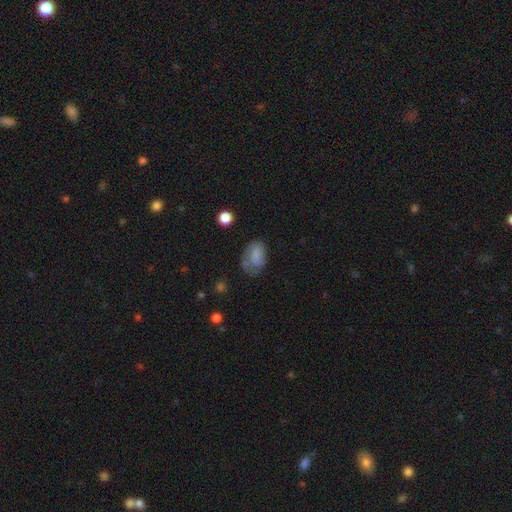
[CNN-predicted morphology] A smooth galaxy with no disk features (72%) that is in between round and cigar-shaped (86%). Merging: none (45%).